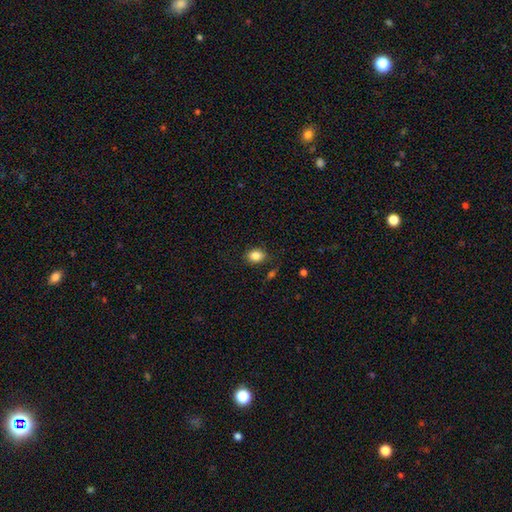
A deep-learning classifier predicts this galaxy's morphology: A smooth galaxy with no disk features (84%) that is in between round and cigar-shaped (64%).

Vote fractions:
- Smooth or featured? smooth: 84% / star or artifact: 9% / featured or disk: 6%
- How rounded? in between: 64% / round: 35% / cigar-shaped: 1%
- Merging? none: 81% / minor disturbance: 13% / major disturbance: 3% / merger: 3%